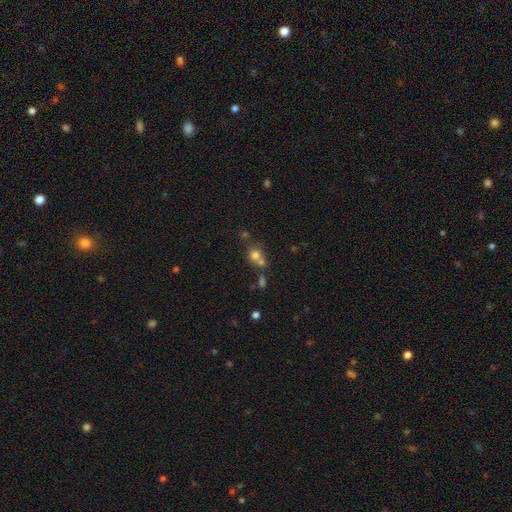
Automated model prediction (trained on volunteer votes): This appears to be a smooth galaxy with no disk features (71%) that is round (79%). Merging: merger (44%).